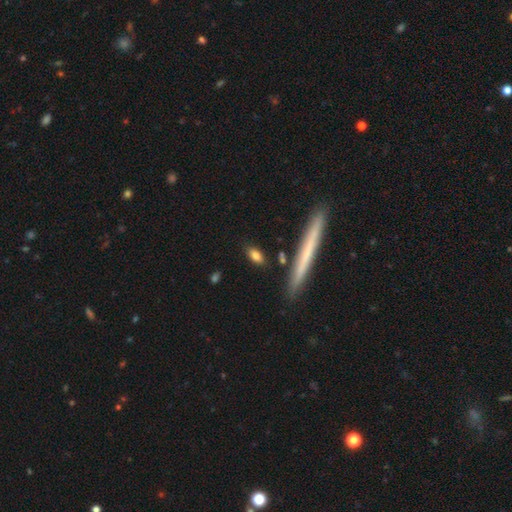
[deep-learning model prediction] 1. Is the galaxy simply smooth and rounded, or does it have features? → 80% smooth, 12% featured or disk, 7% star or artifact.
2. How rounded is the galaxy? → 73% in between, 21% cigar-shaped, 5% round.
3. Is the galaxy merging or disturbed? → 83% none, 11% minor disturbance, 4% merger, 3% major disturbance.